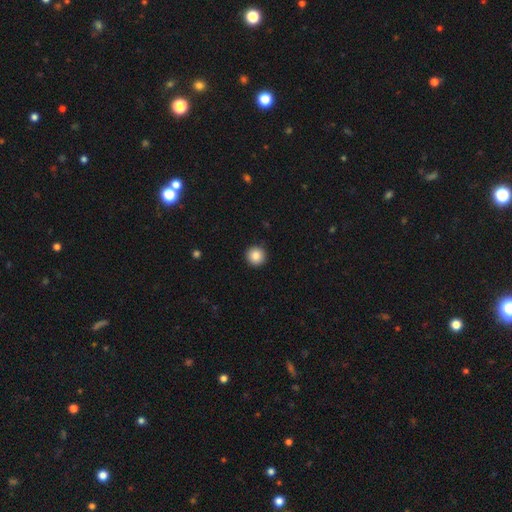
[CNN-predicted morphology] smooth_or_featured: smooth (p=0.87) [alt: star or artifact p=0.09]
how_rounded: round (p=0.96) [alt: in between p=0.03]
merging: none (p=0.92) [alt: minor disturbance p=0.05]